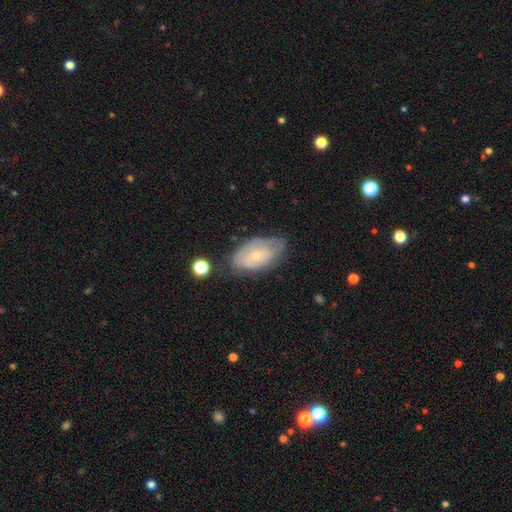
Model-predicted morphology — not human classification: Smooth or featured?
  - smooth: 47% *
  - featured or disk: 46%
  - star or artifact: 7%
Merging?
  - none: 58% *
  - minor disturbance: 30%
  - major disturbance: 9%
  - merger: 3%